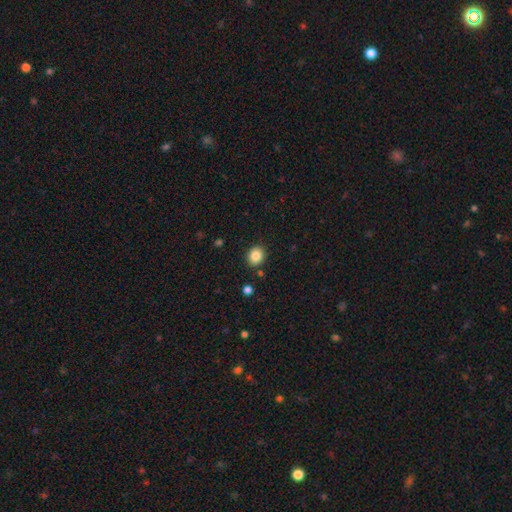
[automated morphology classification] Q: Smooth or featured?
A: smooth (85%); runner-up: star or artifact (10%)
Q: How rounded?
A: round (69%); runner-up: in between (30%)
Q: Merging?
A: none (87%); runner-up: minor disturbance (8%)